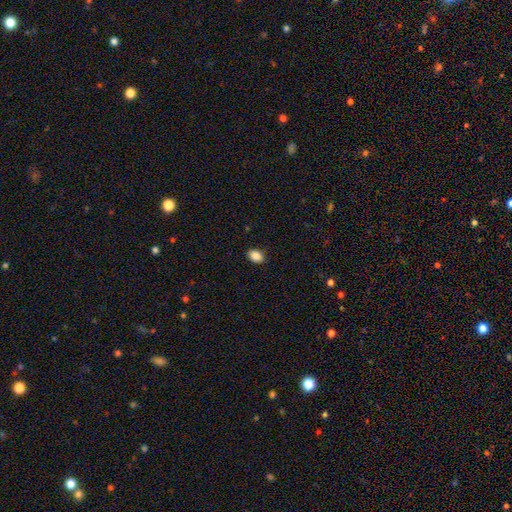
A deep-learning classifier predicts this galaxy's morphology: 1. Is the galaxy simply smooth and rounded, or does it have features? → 87% smooth, 9% star or artifact, 5% featured or disk.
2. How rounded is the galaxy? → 77% in between, 22% round, 1% cigar-shaped.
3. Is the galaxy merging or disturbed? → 89% none, 8% minor disturbance, 2% major disturbance, 1% merger.